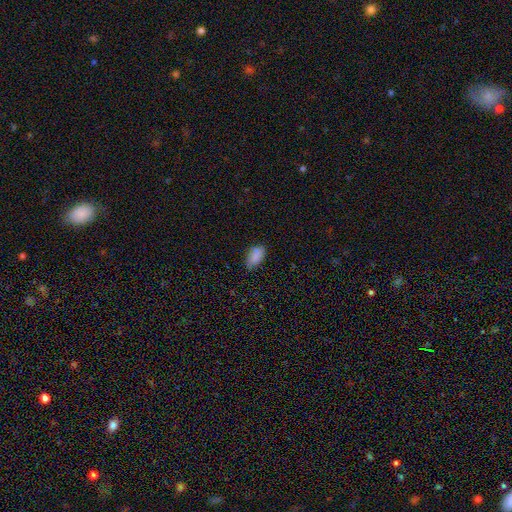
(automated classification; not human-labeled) A smooth galaxy with no disk features (86%) that is in between round and cigar-shaped (92%).

Vote fractions:
- Smooth or featured? smooth: 86% / star or artifact: 9% / featured or disk: 6%
- How rounded? in between: 92% / round: 5% / cigar-shaped: 3%
- Merging? none: 69% / minor disturbance: 25% / major disturbance: 5% / merger: 2%